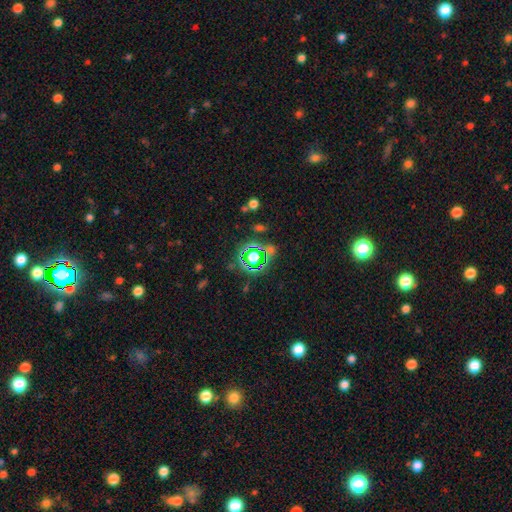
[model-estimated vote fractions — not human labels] smooth-or-featured: star or artifact: 75% | smooth: 17% | featured or disk: 8%